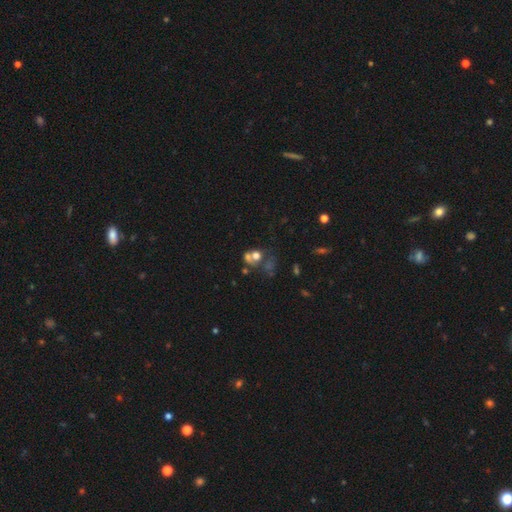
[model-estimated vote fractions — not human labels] smooth 57%, featured or disk 23%, star or artifact 20%. Down the decision tree: how rounded — round (71%); merging — merger (48%).